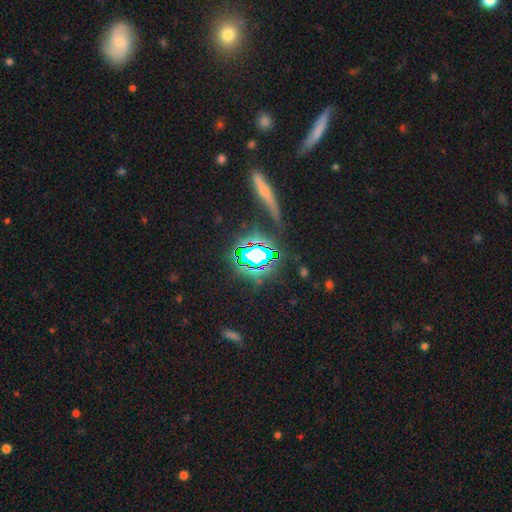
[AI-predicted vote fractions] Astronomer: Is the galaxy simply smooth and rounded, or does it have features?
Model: star or artifact — 68%.